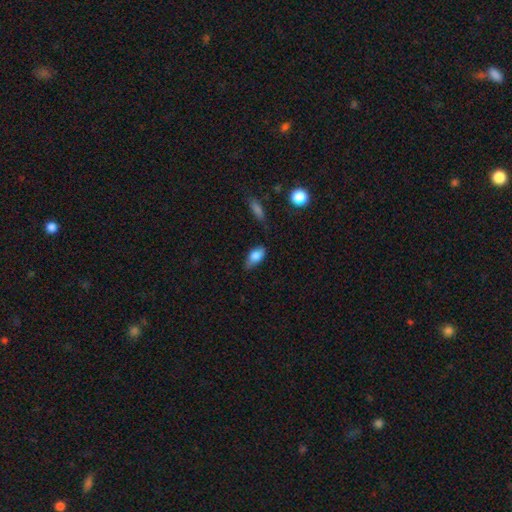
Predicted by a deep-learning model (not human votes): smooth-or-featured: smooth: 77% | featured or disk: 15% | star or artifact: 7%
  how-rounded: in between: 85% | cigar-shaped: 10% | round: 5%
  merging: none: 61% | minor disturbance: 29% | major disturbance: 7% | merger: 4%